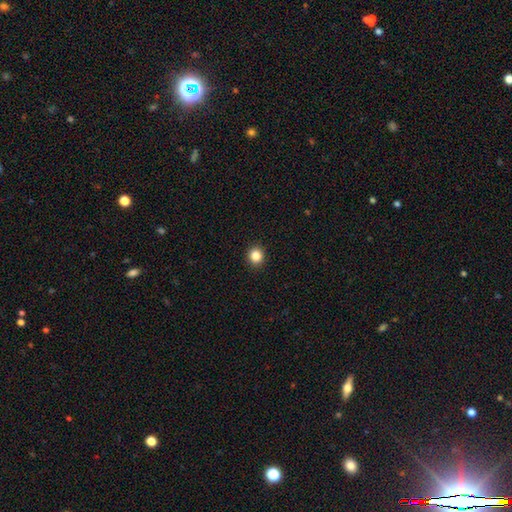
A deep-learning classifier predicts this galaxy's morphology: Smooth or featured? smooth (85%)
How rounded? round (89%)
Merging? none (93%)